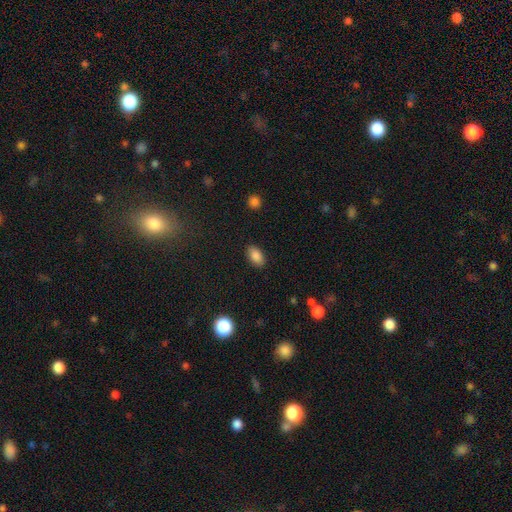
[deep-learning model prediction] Smooth or featured: smooth — 87% (star or artifact — 8%)
How rounded: in between — 91% (round — 7%)
Merging: none — 87% (minor disturbance — 10%)